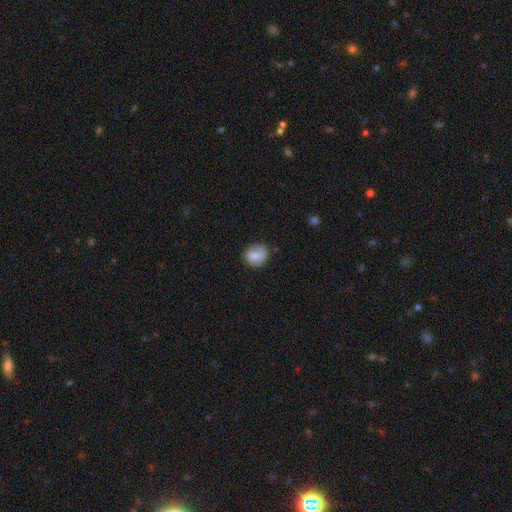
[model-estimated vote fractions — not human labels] Overall: smooth (76%). How rounded: round (78%). Merging: none (73%).